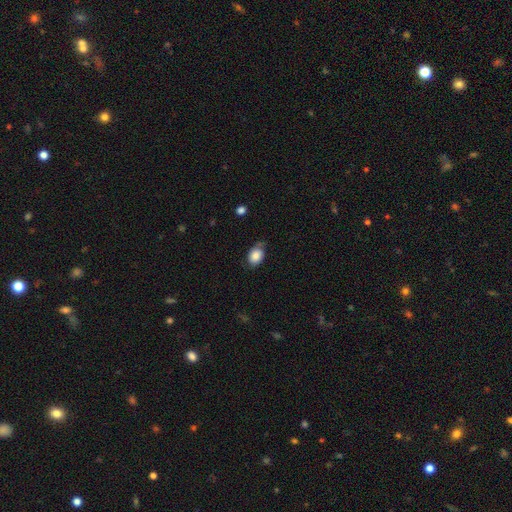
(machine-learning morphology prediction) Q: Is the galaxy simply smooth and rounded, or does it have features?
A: smooth — 79%.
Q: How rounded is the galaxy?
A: in between — 71%.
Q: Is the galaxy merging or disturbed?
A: none — 54%.